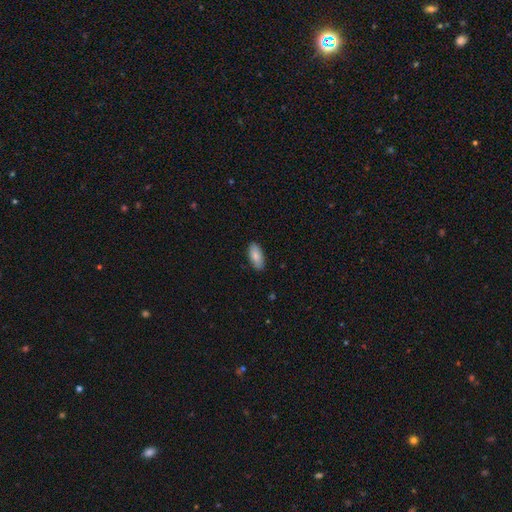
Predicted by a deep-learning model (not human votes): Smooth or featured?
  - smooth: 84% *
  - featured or disk: 9%
  - star or artifact: 6%
How rounded?
  - in between: 88% *
  - cigar-shaped: 10%
  - round: 2%
Merging?
  - none: 88% *
  - minor disturbance: 9%
  - major disturbance: 2%
  - merger: 1%